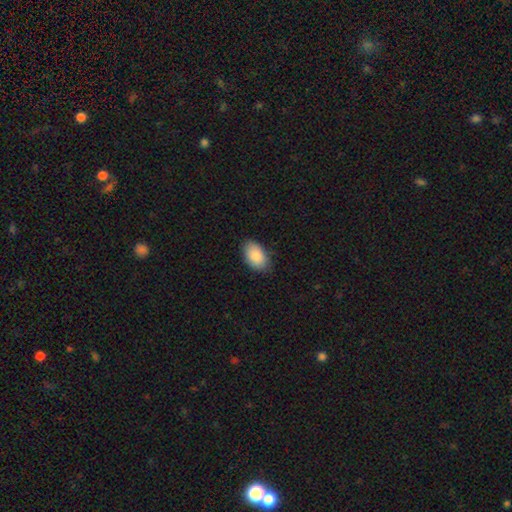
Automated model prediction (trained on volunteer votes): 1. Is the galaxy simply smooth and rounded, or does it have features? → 88% smooth, 6% star or artifact, 6% featured or disk.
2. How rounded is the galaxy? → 93% in between, 6% round, 1% cigar-shaped.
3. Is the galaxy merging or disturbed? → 83% none, 14% minor disturbance, 2% major disturbance, 1% merger.